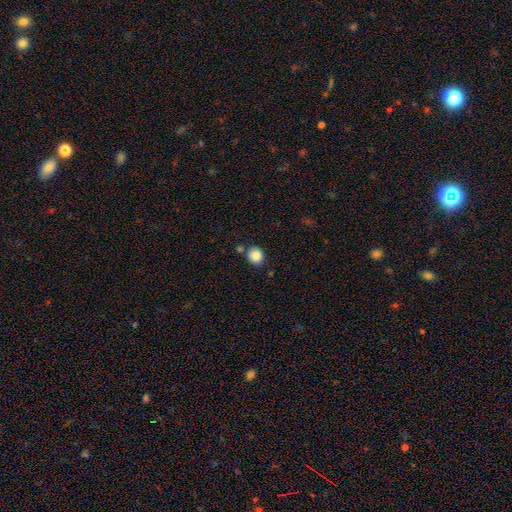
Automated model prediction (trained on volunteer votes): Q: Smooth or featured?
A: smooth (87%); runner-up: star or artifact (9%)
Q: How rounded?
A: round (75%); runner-up: in between (24%)
Q: Merging?
A: none (78%); runner-up: minor disturbance (11%)